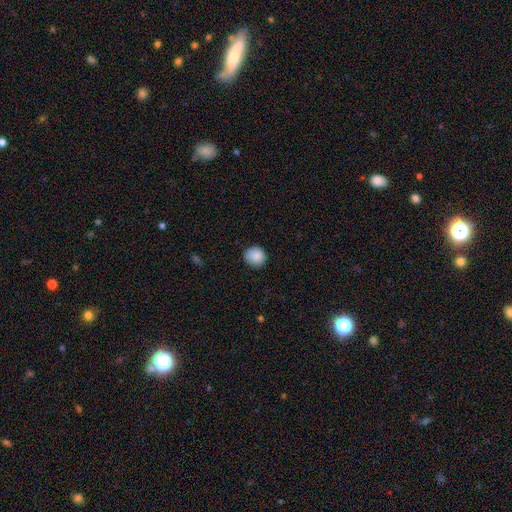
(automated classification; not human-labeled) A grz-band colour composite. It shows a smooth galaxy with no disk features (87%) that is round (87%). Merging: none (84%).